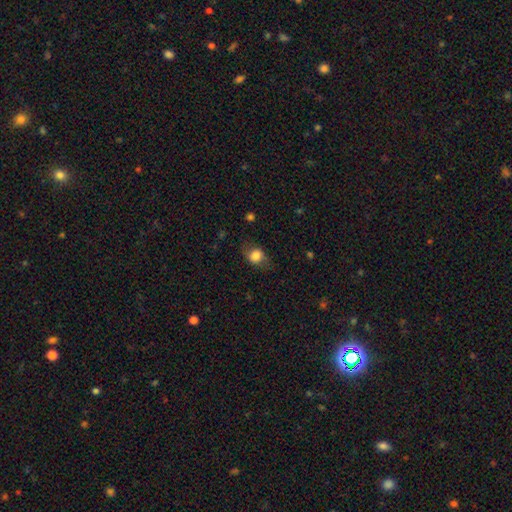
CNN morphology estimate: This is likely a smooth galaxy (75%). How rounded: possibly in between (56%). Merging: likely none (70%).